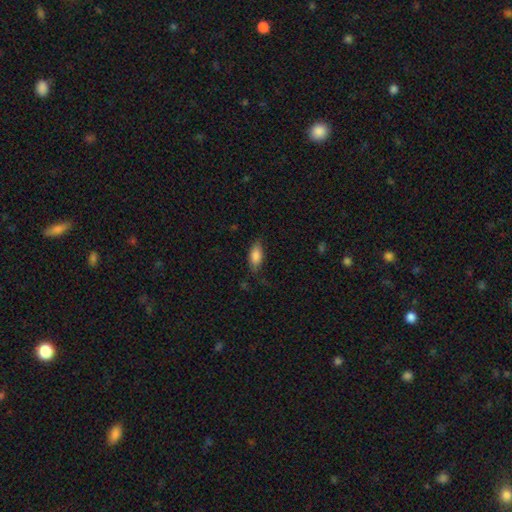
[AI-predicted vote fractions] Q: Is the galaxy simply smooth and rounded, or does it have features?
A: smooth — 84%.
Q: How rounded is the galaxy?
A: in between — 87%.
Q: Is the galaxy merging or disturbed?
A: none — 70%.